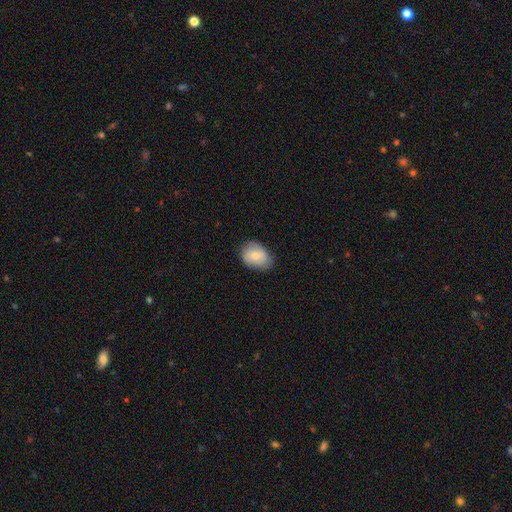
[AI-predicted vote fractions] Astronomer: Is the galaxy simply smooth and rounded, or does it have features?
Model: smooth — 72%.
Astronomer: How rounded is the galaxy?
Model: in between — 75%.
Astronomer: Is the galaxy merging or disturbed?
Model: none — 77%.